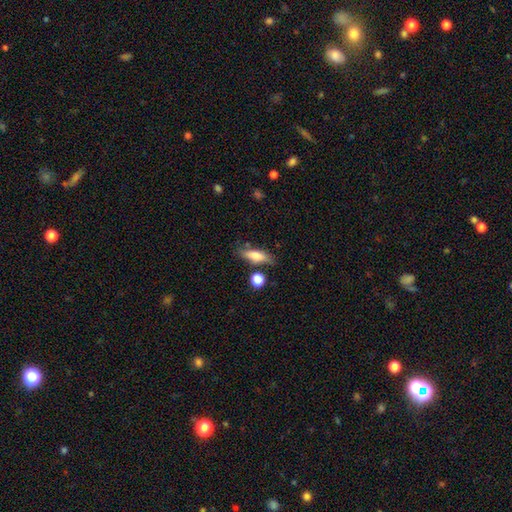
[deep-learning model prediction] Smooth or featured? Predicted: smooth (p=0.70). How rounded? Predicted: in between (p=0.50). Merging? Predicted: none (p=0.68).